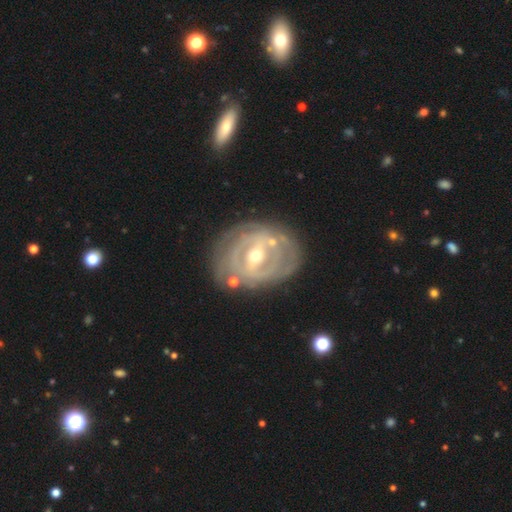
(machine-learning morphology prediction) This appears to be a featured or disk galaxy (85%) with a strong bar (48%), 2 (44%) tight (68%) spiral arms (77%) and a moderate central bulge (59%). Merging: none (73%).